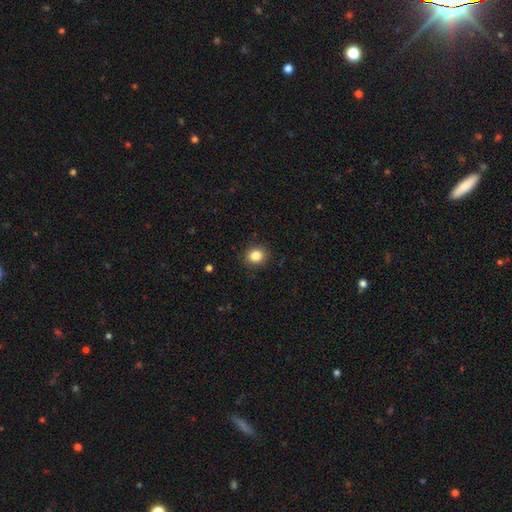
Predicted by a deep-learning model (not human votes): The model was most divided on "how rounded": round: 77%, in between: 23%, cigar-shaped: 1%. More confident: merging — none (90%); smooth or featured — smooth (85%).